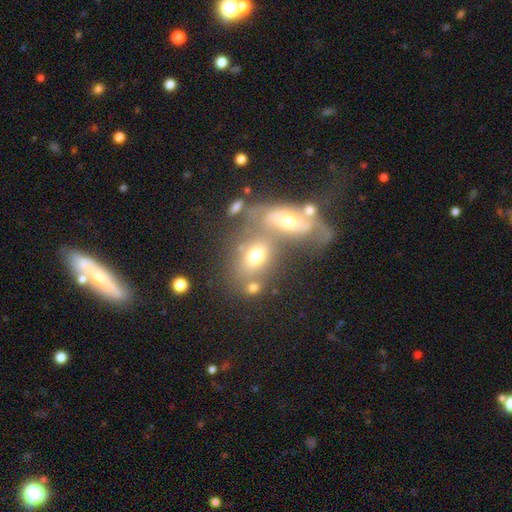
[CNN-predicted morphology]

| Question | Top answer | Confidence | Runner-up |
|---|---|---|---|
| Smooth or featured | smooth | 62% | featured or disk (25%) |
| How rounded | in between | 70% | round (27%) |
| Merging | merger | 45% | none (35%) |